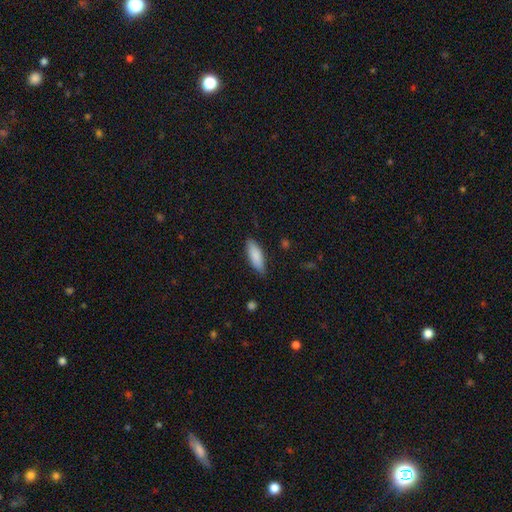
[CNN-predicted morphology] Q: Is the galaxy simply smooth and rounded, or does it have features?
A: smooth — 86%.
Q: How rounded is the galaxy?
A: in between — 61%.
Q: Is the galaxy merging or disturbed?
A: none — 84%.